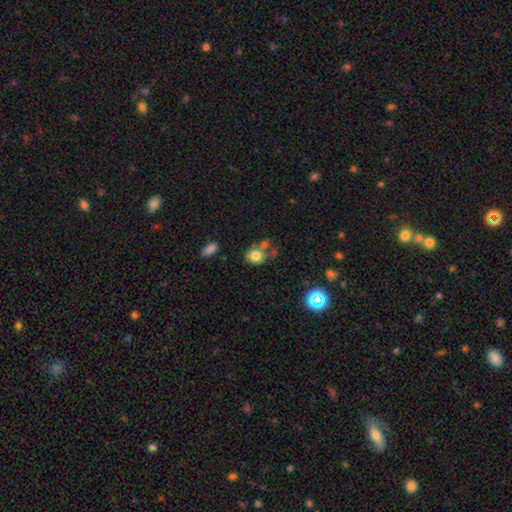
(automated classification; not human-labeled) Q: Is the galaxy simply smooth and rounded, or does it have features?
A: smooth — 77%.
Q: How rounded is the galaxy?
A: round — 57%.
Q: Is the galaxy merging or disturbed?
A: none — 48%.